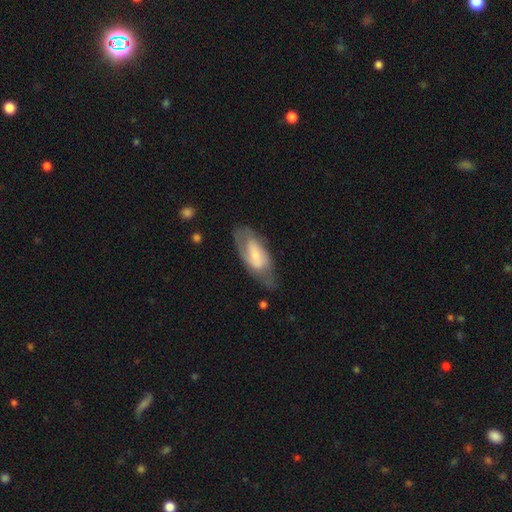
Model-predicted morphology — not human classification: A featured or disk galaxy (56%). Merging: none (59%).